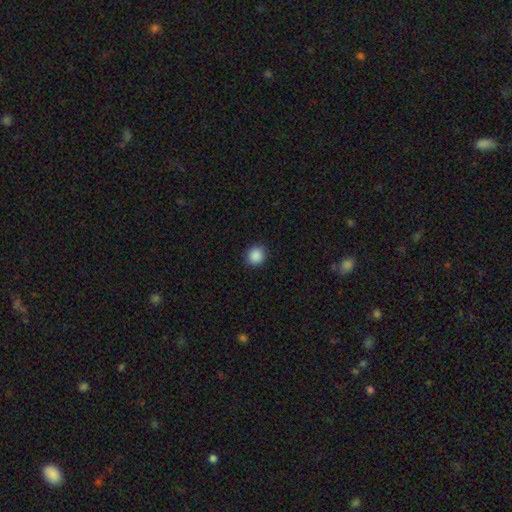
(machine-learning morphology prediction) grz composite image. It shows a smooth galaxy with no disk features (89%) that is round (84%). Merging: none (91%).